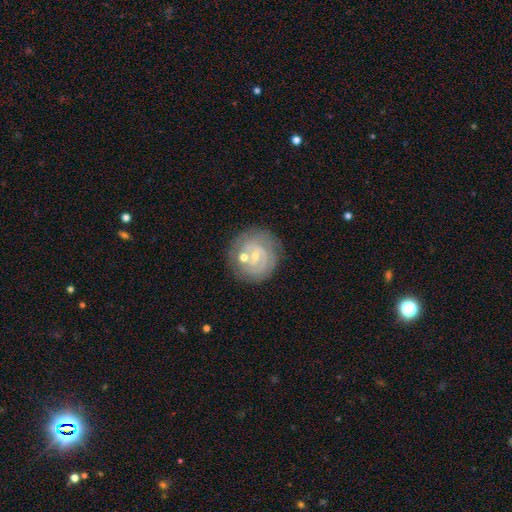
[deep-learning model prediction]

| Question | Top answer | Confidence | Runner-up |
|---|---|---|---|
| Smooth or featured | featured or disk | 72% | smooth (20%) |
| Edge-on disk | no | 97% | yes (3%) |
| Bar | no | 52% | weak (37%) |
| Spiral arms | yes | 85% | no (15%) |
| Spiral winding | tight | 71% | medium (22%) |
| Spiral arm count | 2 | 37% | can't tell (32%) |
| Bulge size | small | 69% | moderate (25%) |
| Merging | none | 71% | minor disturbance (14%) |